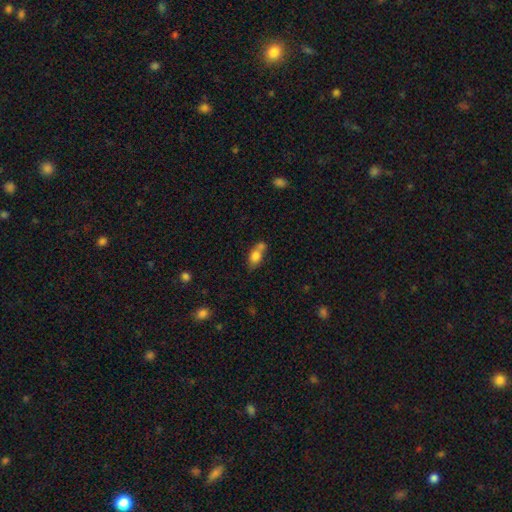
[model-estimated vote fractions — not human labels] smooth 76%, featured or disk 15%, star or artifact 9%. Down the decision tree: how rounded — in between (75%); merging — merger (46%).